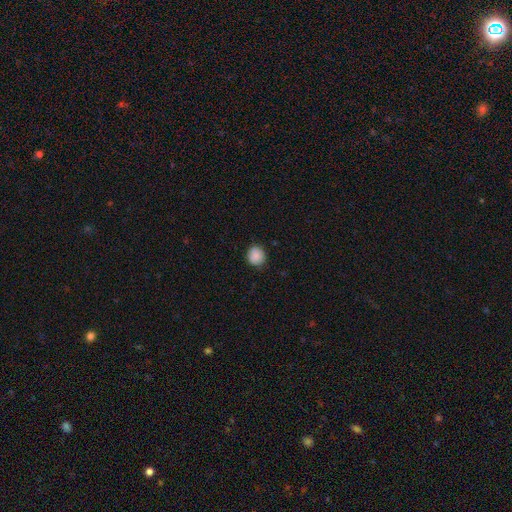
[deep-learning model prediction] smooth-or-featured: smooth: 88% | star or artifact: 8% | featured or disk: 4%
  how-rounded: round: 87% | in between: 13% | cigar-shaped: 1%
  merging: none: 84% | minor disturbance: 13% | major disturbance: 2% | merger: 1%